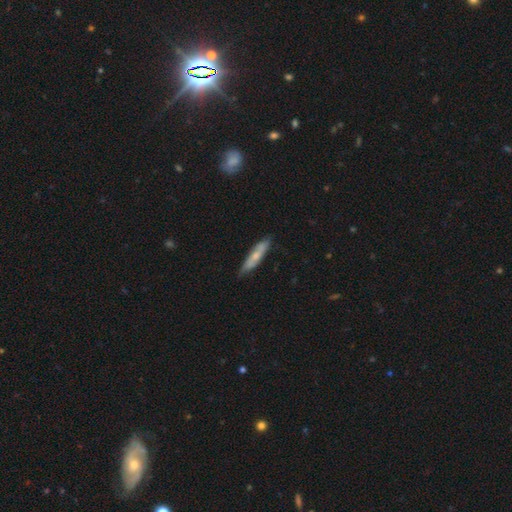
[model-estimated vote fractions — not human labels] Morphology: type=smooth (54%); roundness=cigar-shaped (81%); merging=none (77%).